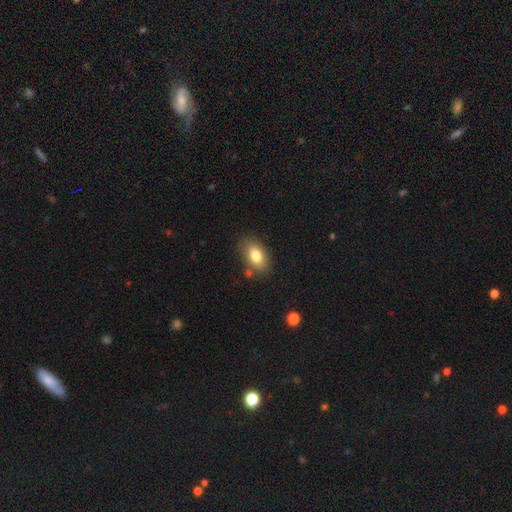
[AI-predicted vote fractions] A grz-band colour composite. It shows a smooth galaxy with no disk features (80%) that is in between round and cigar-shaped (90%). Merging: none (79%).